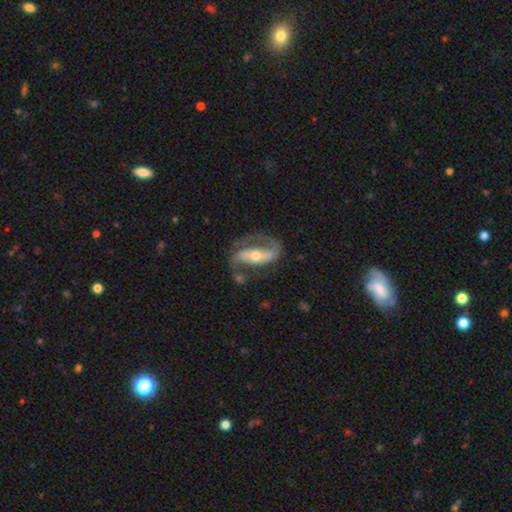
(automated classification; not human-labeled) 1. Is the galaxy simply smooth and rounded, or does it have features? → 87% featured or disk, 9% smooth, 5% star or artifact.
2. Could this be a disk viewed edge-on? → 95% no, 5% yes.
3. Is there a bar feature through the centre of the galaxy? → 51% strong, 25% weak, 24% no.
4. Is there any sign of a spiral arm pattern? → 94% yes, 6% no.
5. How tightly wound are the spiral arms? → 49% medium, 32% loose, 20% tight.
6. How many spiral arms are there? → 87% 2, 7% 1, 3% can't tell, 1% 3, 1% 4, 1% more than 4.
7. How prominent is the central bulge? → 58% moderate, 36% small, 4% large, 1% none, 1% dominant.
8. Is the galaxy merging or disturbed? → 68% none, 16% minor disturbance, 13% major disturbance, 4% merger.